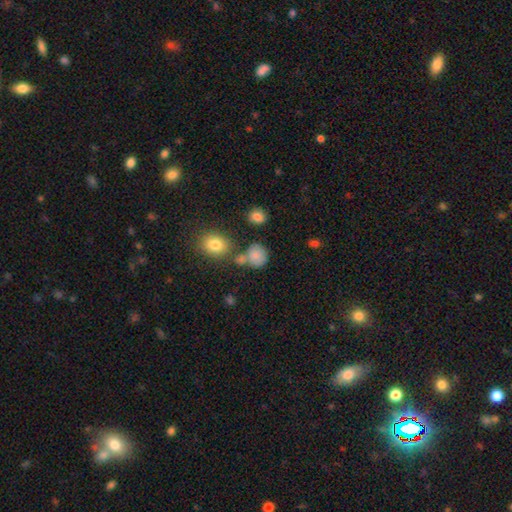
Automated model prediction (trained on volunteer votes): A smooth galaxy with no disk features (81%) that is round (79%).

Vote fractions:
- Smooth or featured? smooth: 81% / star or artifact: 12% / featured or disk: 8%
- How rounded? round: 79% / in between: 20% / cigar-shaped: 1%
- Merging? none: 61% / merger: 19% / minor disturbance: 14% / major disturbance: 6%